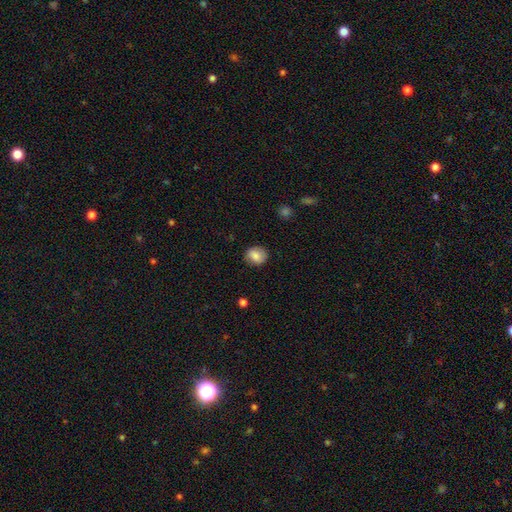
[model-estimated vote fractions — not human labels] The model was most divided on "how rounded": round: 73%, in between: 26%, cigar-shaped: 1%. More confident: merging — none (85%); smooth or featured — smooth (83%).